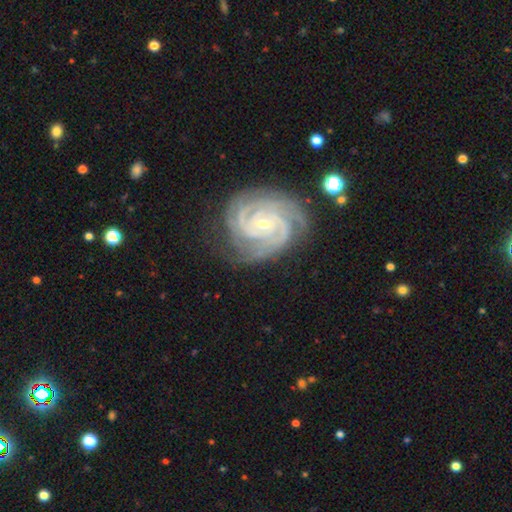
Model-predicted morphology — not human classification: Smooth or featured? featured or disk (91%)
Edge-on disk? no (98%)
Bar? no (60%)
Spiral arms? yes (99%)
Spiral winding? tight (76%)
Spiral arm count? 3 (37%)
Bulge size? small (72%)
Merging? none (76%)